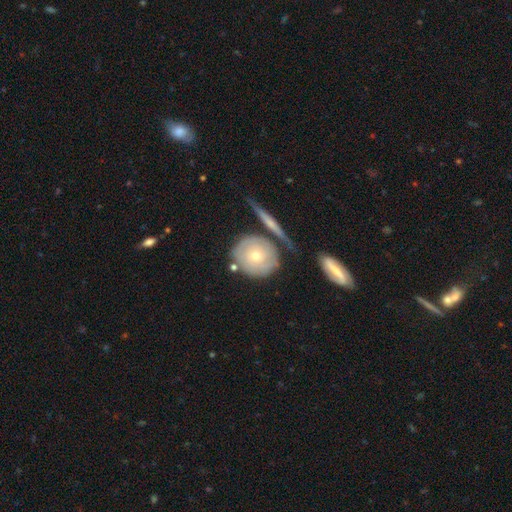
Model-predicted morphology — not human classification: Smooth or featured: featured or disk — 50% (smooth — 44%)
Edge-on disk: no — 91% (yes — 9%)
Merging: none — 62% (minor disturbance — 17%)